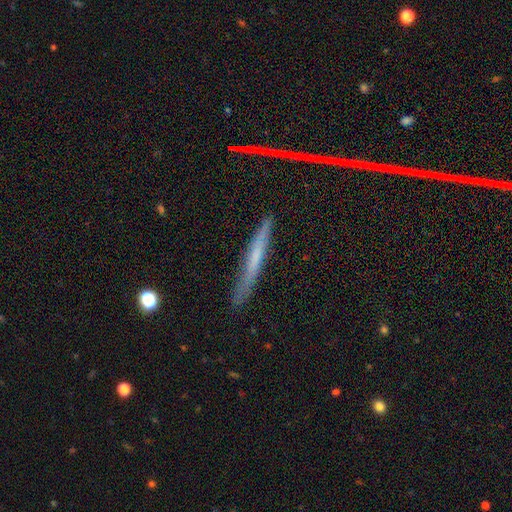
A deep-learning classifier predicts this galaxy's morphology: Smooth or featured?
  - featured or disk: 46% *
  - smooth: 44%
  - star or artifact: 10%
Merging?
  - none: 81% *
  - minor disturbance: 14%
  - major disturbance: 3%
  - merger: 2%